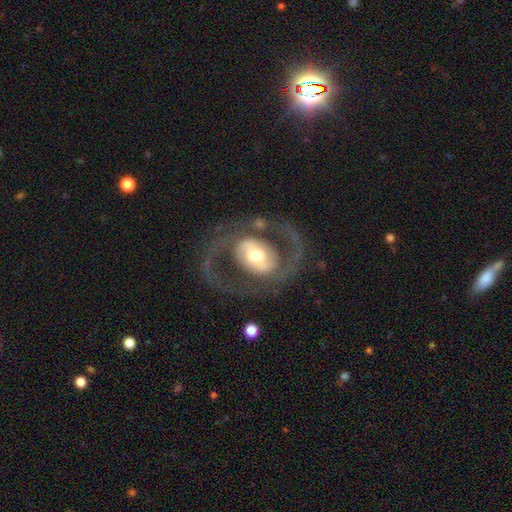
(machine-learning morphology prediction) type=featured or disk (84%); edge-on=no (96%); bar=no (36%); spiral arms=yes (81%); winding=medium (55%); arm count=2 (90%); bulge=moderate (62%); merging=none (72%).